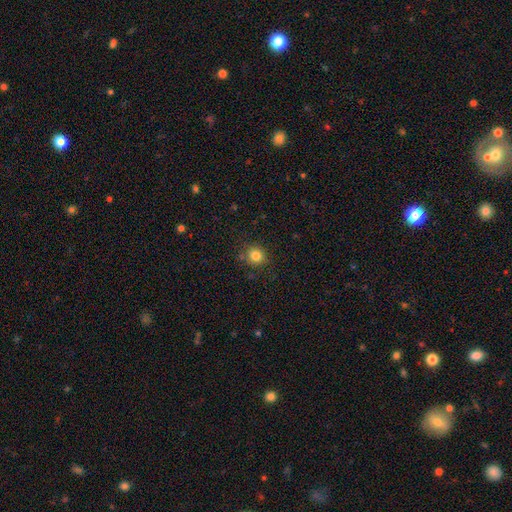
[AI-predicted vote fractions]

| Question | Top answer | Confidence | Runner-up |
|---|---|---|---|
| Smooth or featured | smooth | 82% | star or artifact (12%) |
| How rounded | round | 89% | in between (10%) |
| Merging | none | 84% | minor disturbance (10%) |